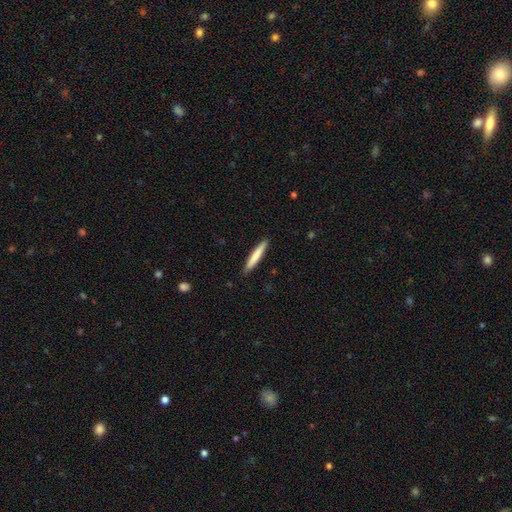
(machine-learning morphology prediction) A smooth galaxy with no disk features (75%) that is cigar-shaped (94%). Merging: none (90%).